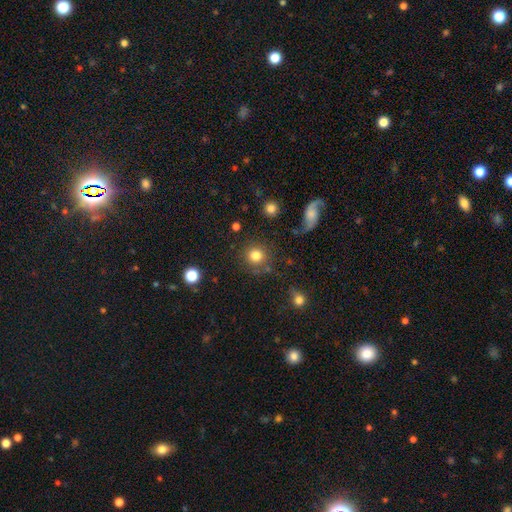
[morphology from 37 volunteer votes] A smooth galaxy with no disk features (78%) that is round (93%). Merging: none (71%).